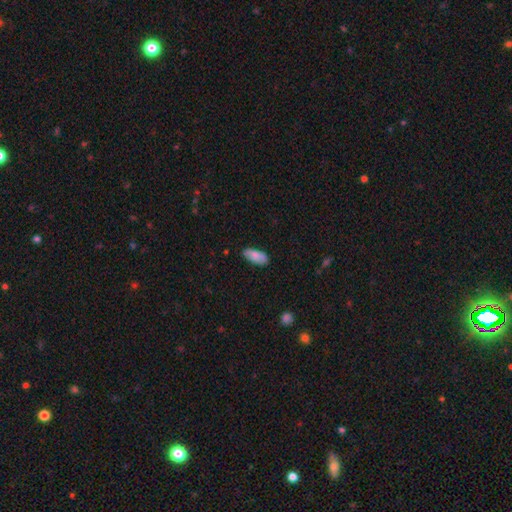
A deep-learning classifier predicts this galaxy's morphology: Overall: smooth (82%). How rounded: in between (83%). Merging: none (78%).